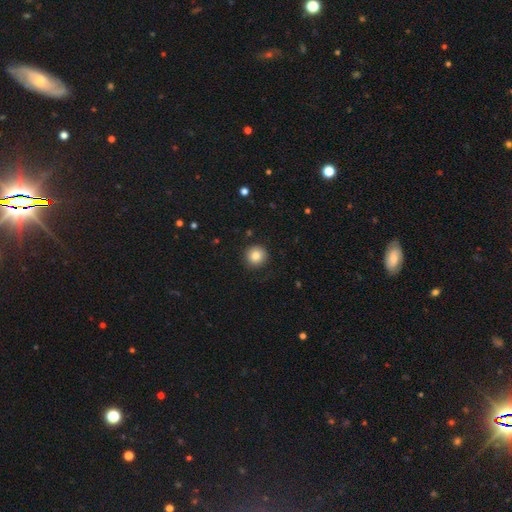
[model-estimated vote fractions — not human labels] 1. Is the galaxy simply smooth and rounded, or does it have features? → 84% smooth, 10% star or artifact, 6% featured or disk.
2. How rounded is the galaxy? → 95% round, 4% in between, 1% cigar-shaped.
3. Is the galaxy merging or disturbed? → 90% none, 7% minor disturbance, 2% major disturbance, 1% merger.